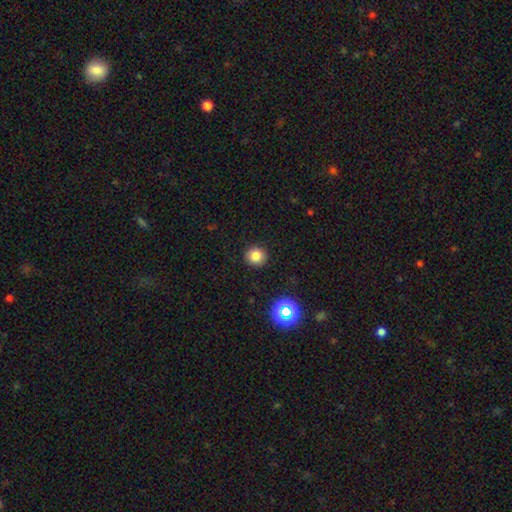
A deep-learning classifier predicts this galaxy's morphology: Smooth or featured: smooth — 79% (star or artifact — 14%)
How rounded: round — 92% (in between — 7%)
Merging: none — 91% (minor disturbance — 6%)